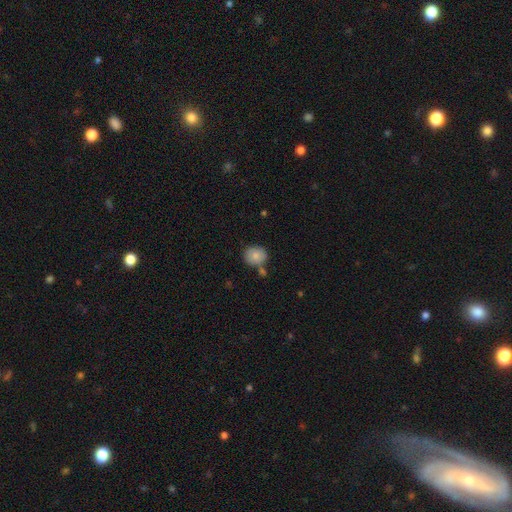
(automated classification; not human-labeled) smooth 82%, featured or disk 10%, star or artifact 8%. Down the decision tree: how rounded — round (75%); merging — none (69%).